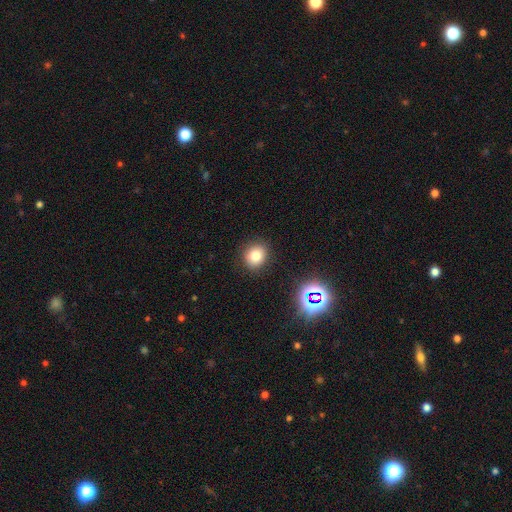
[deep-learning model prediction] The model was most divided on "how rounded": round: 74%, in between: 25%, cigar-shaped: 1%. More confident: merging — none (88%); smooth or featured — smooth (79%).